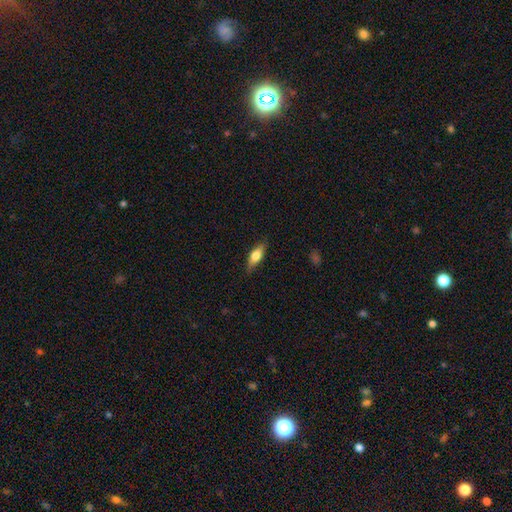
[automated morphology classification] Smooth or featured? smooth (62%)
How rounded? in between (64%)
Merging? none (83%)